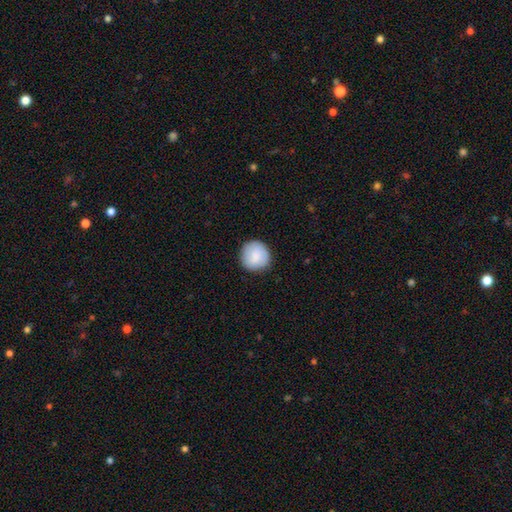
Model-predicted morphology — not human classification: Smooth or featured?
  - smooth: 86% *
  - featured or disk: 8%
  - star or artifact: 6%
How rounded?
  - round: 95% *
  - in between: 4%
  - cigar-shaped: 1%
Merging?
  - none: 89% *
  - minor disturbance: 8%
  - major disturbance: 2%
  - merger: 1%